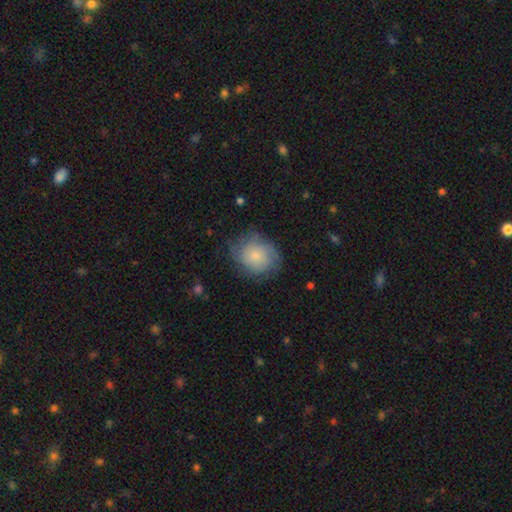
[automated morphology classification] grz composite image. It shows a smooth galaxy with no disk features (64%) that is round (68%). Merging: none (66%).